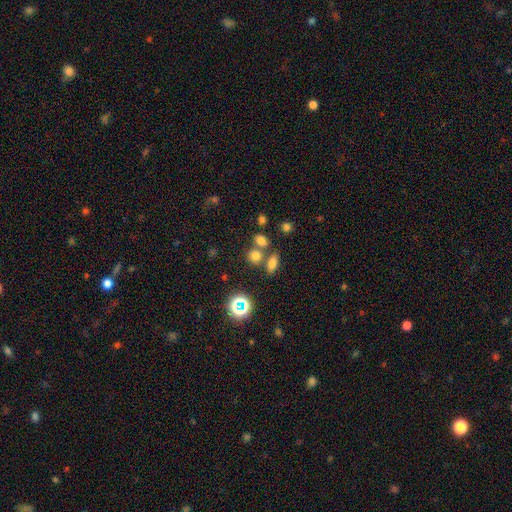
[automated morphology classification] Q: Smooth or featured?
A: smooth (70%); runner-up: star or artifact (22%)
Q: How rounded?
A: round (66%); runner-up: in between (32%)
Q: Merging?
A: none (60%); runner-up: merger (27%)